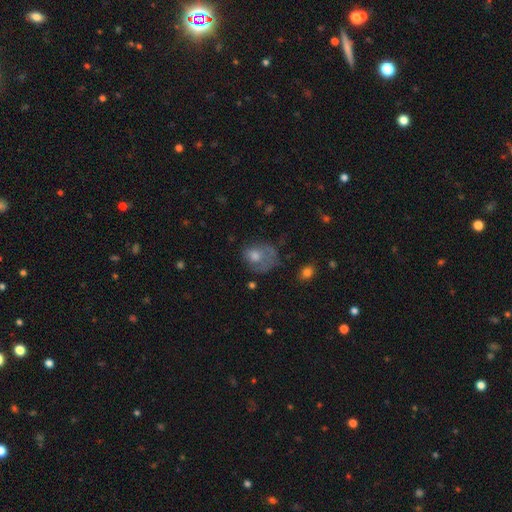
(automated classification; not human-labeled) smooth-or-featured: smooth: 53% | featured or disk: 33% | star or artifact: 13%
  how-rounded: round: 55% | in between: 44% | cigar-shaped: 1%
  merging: major disturbance: 36% | none: 35% | minor disturbance: 26% | merger: 4%